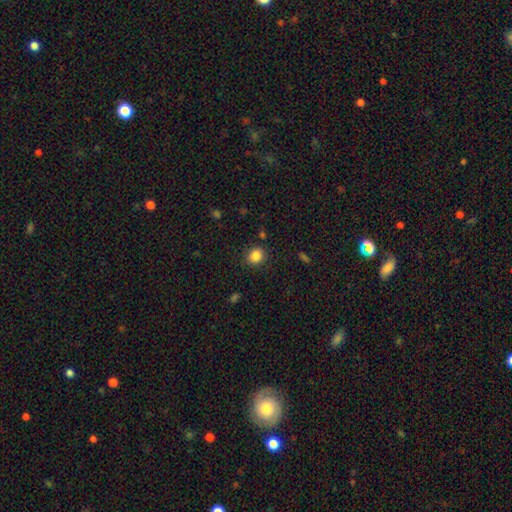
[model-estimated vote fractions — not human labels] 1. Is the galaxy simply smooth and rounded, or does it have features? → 85% smooth, 10% star or artifact, 4% featured or disk.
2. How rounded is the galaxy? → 73% round, 26% in between, 1% cigar-shaped.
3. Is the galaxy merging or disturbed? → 87% none, 9% minor disturbance, 3% major disturbance, 2% merger.